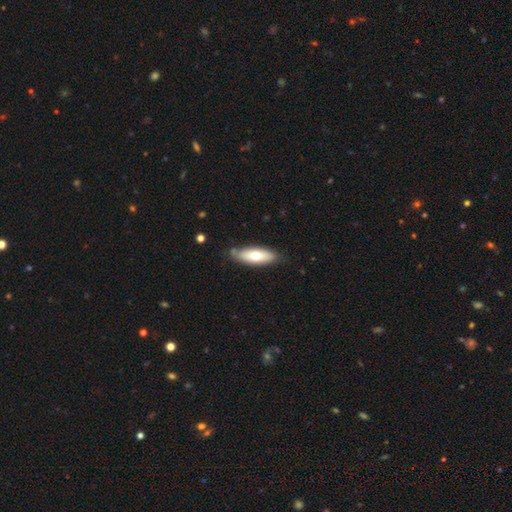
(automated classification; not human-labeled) This appears to be a smooth galaxy with no disk features (64%) that is in between round and cigar-shaped (64%). Merging: none (76%).